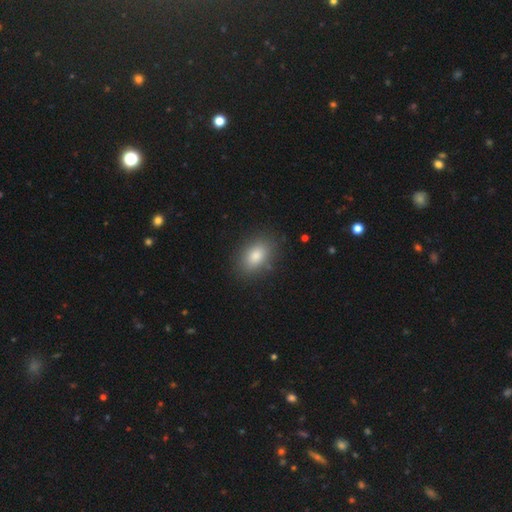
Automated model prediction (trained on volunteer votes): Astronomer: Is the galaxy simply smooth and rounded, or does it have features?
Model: smooth — 82%.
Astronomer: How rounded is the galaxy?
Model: in between — 84%.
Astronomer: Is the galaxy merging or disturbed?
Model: none — 86%.